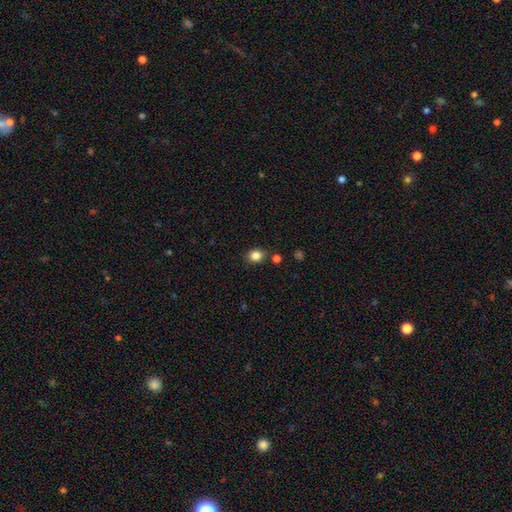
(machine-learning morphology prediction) Smooth or featured?
  - smooth: 84% *
  - star or artifact: 11%
  - featured or disk: 5%
How rounded?
  - round: 58% *
  - in between: 41%
  - cigar-shaped: 1%
Merging?
  - none: 82% *
  - minor disturbance: 11%
  - merger: 5%
  - major disturbance: 3%